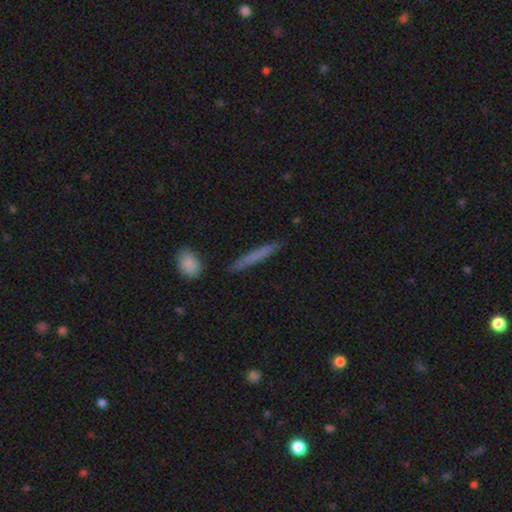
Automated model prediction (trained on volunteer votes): Smooth or featured: smooth — 67% (featured or disk — 26%)
How rounded: cigar-shaped — 95% (in between — 3%)
Merging: none — 87% (minor disturbance — 9%)